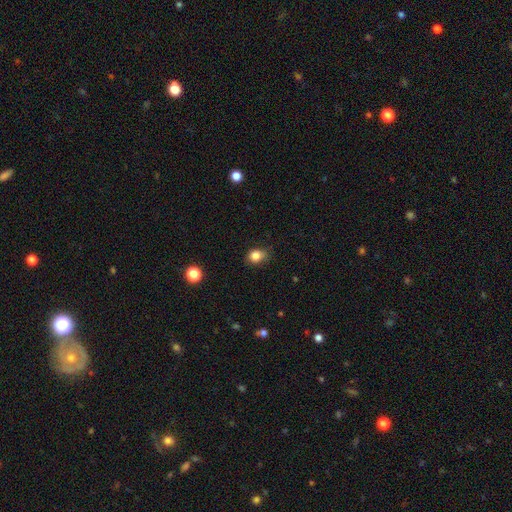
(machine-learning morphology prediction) The model was most divided on "how rounded": round: 50%, in between: 49%, cigar-shaped: 1%. More confident: smooth or featured — smooth (83%); merging — none (76%).